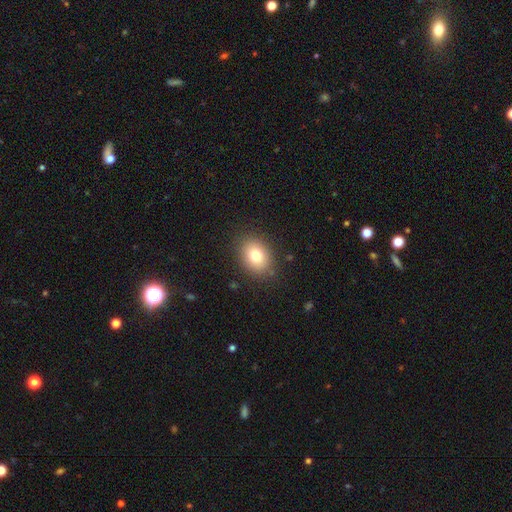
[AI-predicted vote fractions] A smooth galaxy with no disk features (80%) that is in between round and cigar-shaped (61%).

Vote fractions:
- Smooth or featured? smooth: 80% / featured or disk: 10% / star or artifact: 10%
- How rounded? in between: 61% / round: 38% / cigar-shaped: 1%
- Merging? none: 86% / minor disturbance: 10% / major disturbance: 3% / merger: 1%